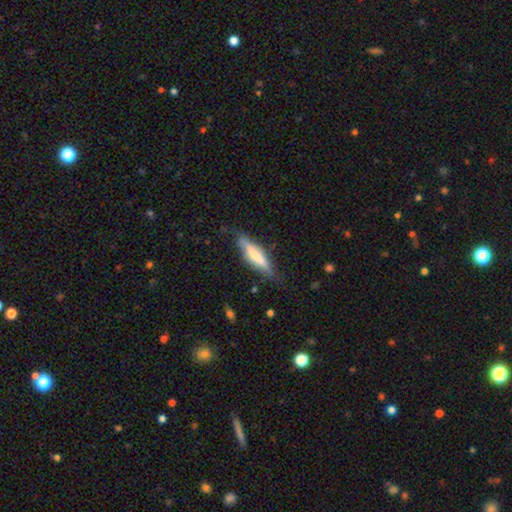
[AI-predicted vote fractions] This is possibly a smooth galaxy (56%). How rounded: likely cigar-shaped (75%). Merging: likely none (76%).